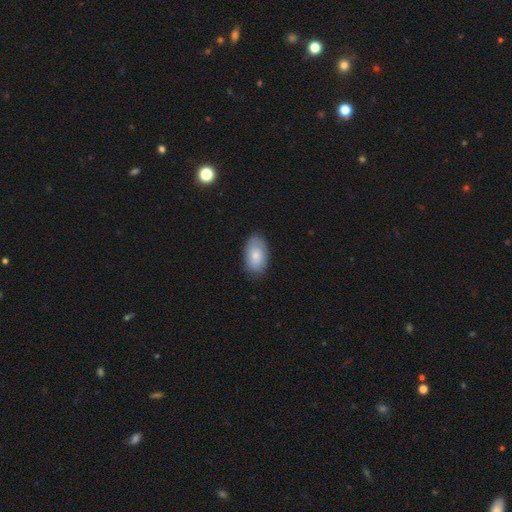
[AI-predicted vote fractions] smooth-or-featured: smooth: 76% | featured or disk: 18% | star or artifact: 6%
  how-rounded: in between: 93% | round: 6% | cigar-shaped: 2%
  merging: none: 79% | minor disturbance: 17% | major disturbance: 3% | merger: 1%